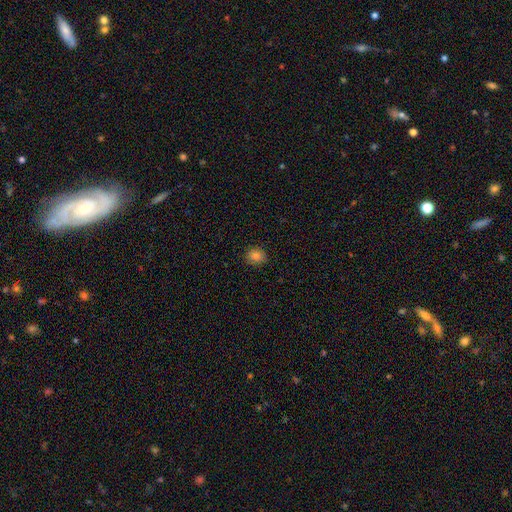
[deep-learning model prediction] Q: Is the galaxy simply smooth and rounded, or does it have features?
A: smooth — 83%.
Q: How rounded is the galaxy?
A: round — 73%.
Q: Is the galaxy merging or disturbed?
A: none — 90%.